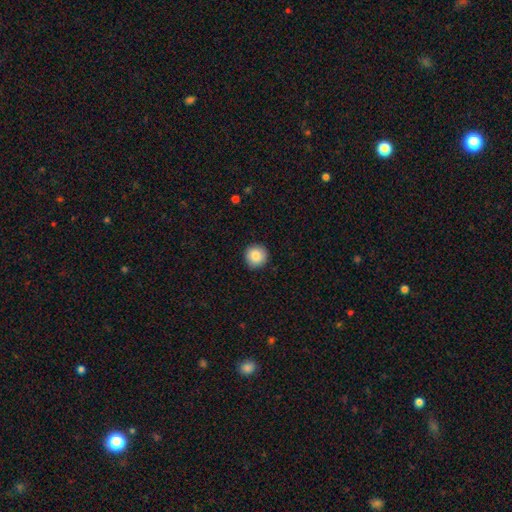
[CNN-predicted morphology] The model was most divided on "smooth or featured": smooth: 87%, star or artifact: 8%, featured or disk: 5%. More confident: how rounded — round (95%); merging — none (91%).